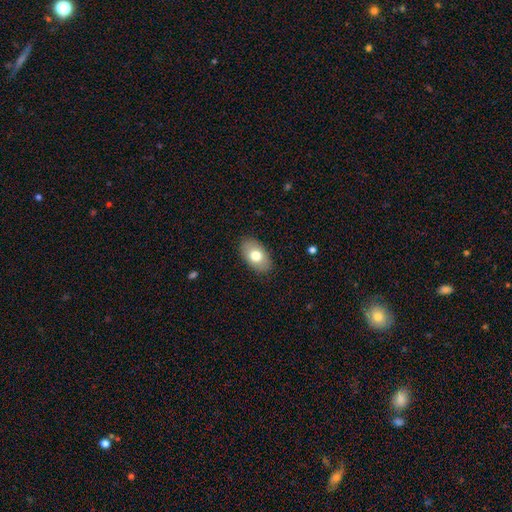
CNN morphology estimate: This appears to be a smooth galaxy with no disk features (75%) that is in between round and cigar-shaped (92%). Merging: none (87%).